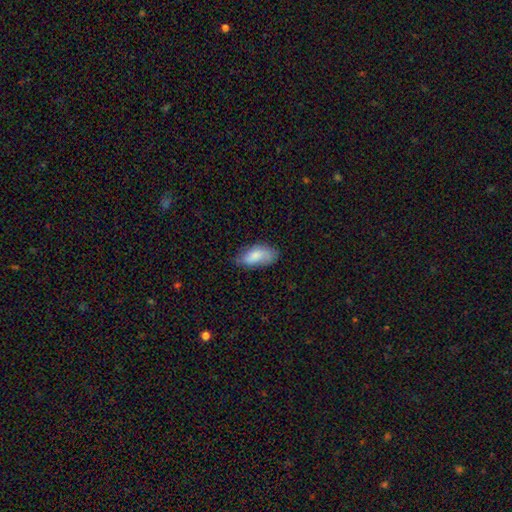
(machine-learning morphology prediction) Smooth or featured?
  - smooth: 81% *
  - featured or disk: 13%
  - star or artifact: 7%
How rounded?
  - in between: 92% *
  - cigar-shaped: 6%
  - round: 3%
Merging?
  - none: 60% *
  - minor disturbance: 31%
  - major disturbance: 8%
  - merger: 2%